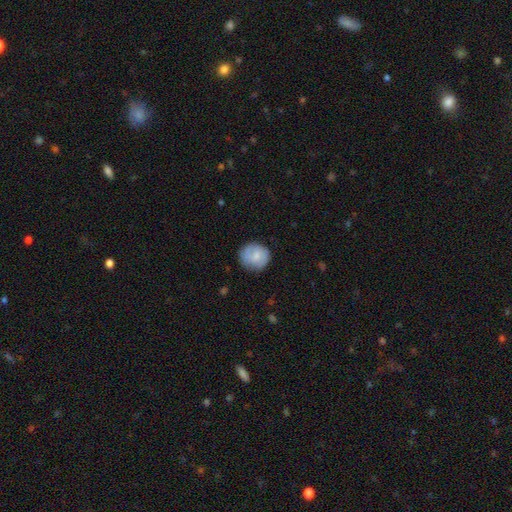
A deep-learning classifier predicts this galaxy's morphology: smooth 67%, featured or disk 26%, star or artifact 7%. Down the decision tree: how rounded — round (85%); merging — none (75%).